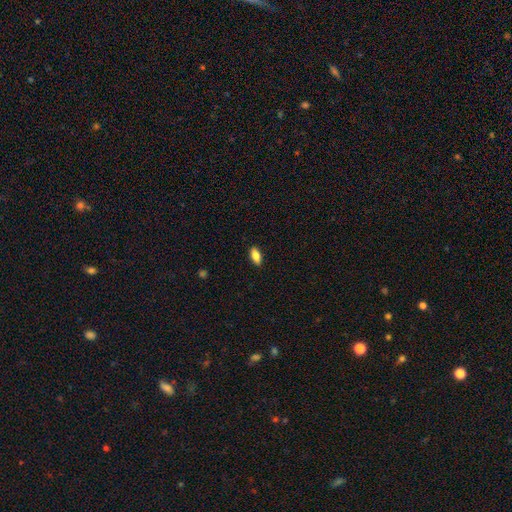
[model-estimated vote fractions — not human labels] Overall: smooth (80%). How rounded: in between (84%). Merging: none (89%).